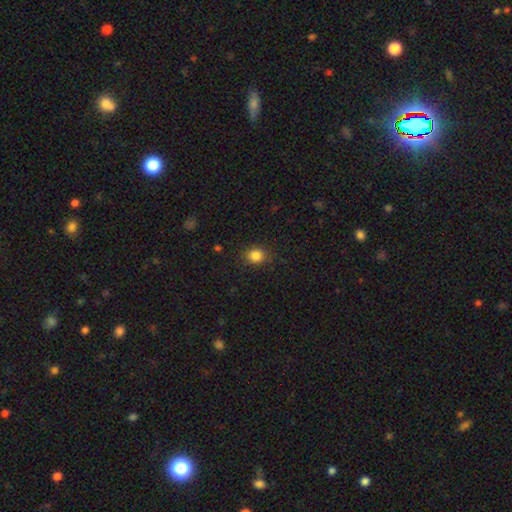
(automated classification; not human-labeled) Overall: smooth (85%). How rounded: round (75%). Merging: none (87%).